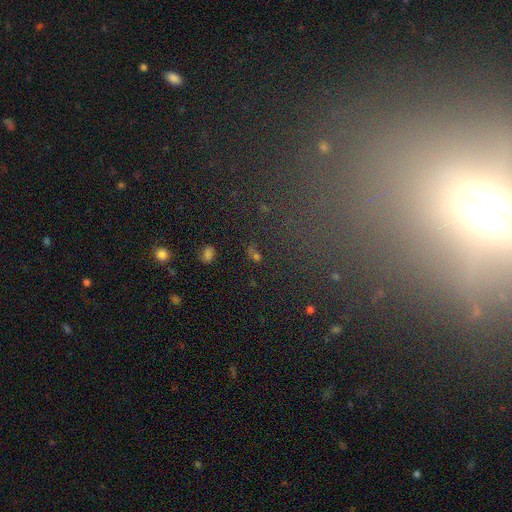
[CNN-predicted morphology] Smooth or featured: star or artifact — 46% (smooth — 42%)